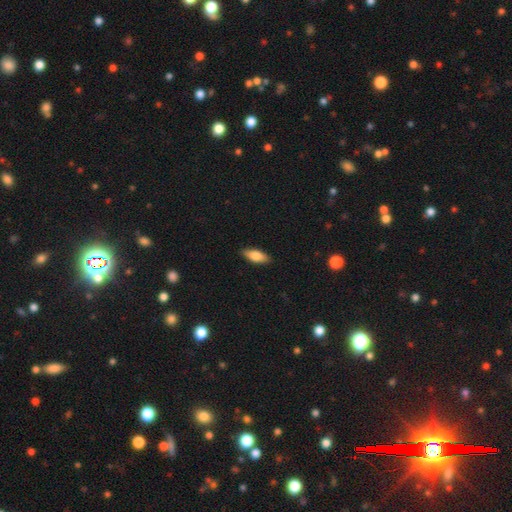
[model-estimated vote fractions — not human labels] Smooth or featured: smooth — 79% (featured or disk — 15%)
How rounded: in between — 77% (cigar-shaped — 21%)
Merging: none — 88% (minor disturbance — 9%)